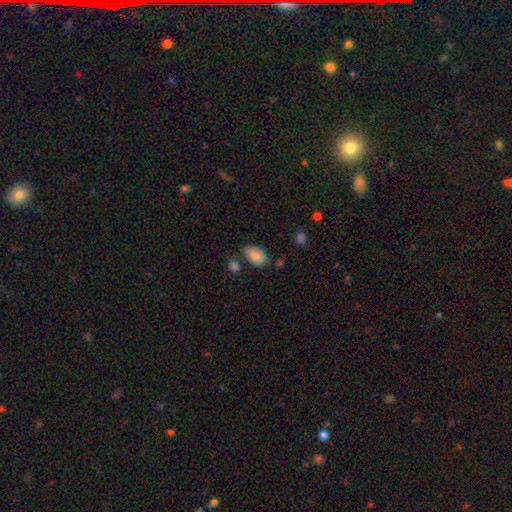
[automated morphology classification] The model was most divided on "merging": none: 72%, minor disturbance: 17%, merger: 6%, major disturbance: 4%. More confident: how rounded — in between (93%); smooth or featured — smooth (88%).